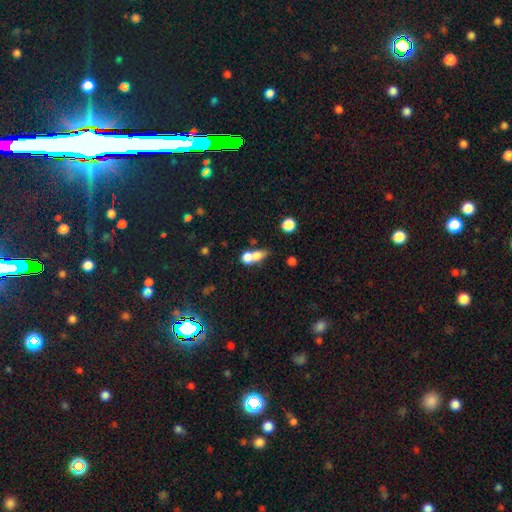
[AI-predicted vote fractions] A smooth galaxy with no disk features (70%) that is in between round and cigar-shaped (54%). Merging: merger (59%).